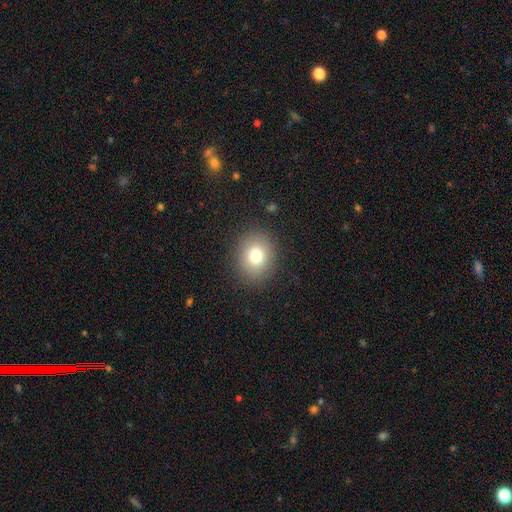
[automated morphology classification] Smooth or featured?
  - smooth: 77% *
  - star or artifact: 12%
  - featured or disk: 11%
How rounded?
  - round: 63% *
  - in between: 36%
  - cigar-shaped: 1%
Merging?
  - none: 87% *
  - minor disturbance: 8%
  - major disturbance: 3%
  - merger: 1%